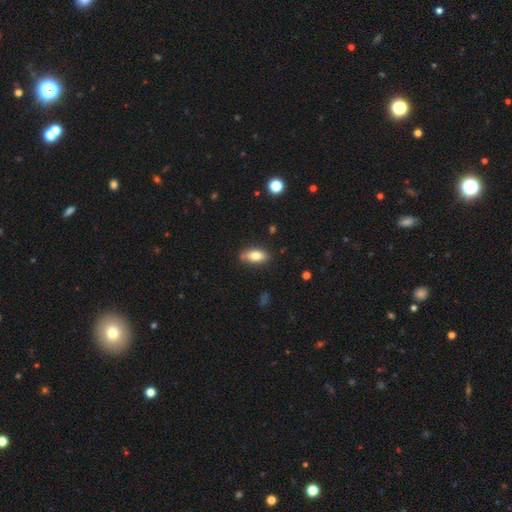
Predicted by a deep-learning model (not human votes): Morphology: type=smooth (77%); roundness=in between (86%); merging=none (77%).